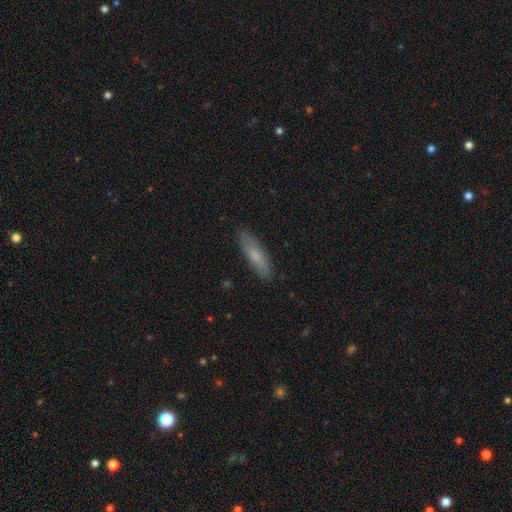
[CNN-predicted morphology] This appears to be a smooth galaxy with no disk features (73%) that is cigar-shaped (68%). Merging: none (85%).